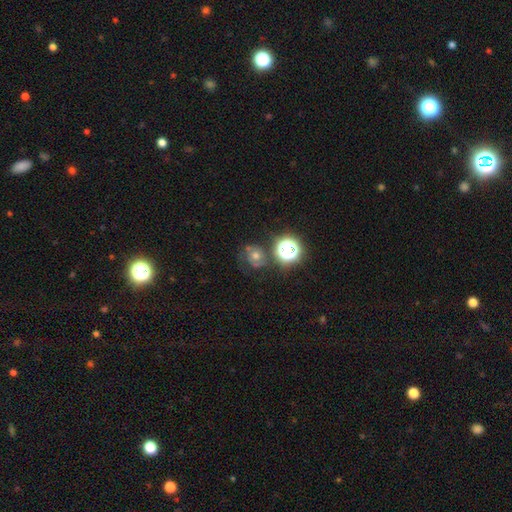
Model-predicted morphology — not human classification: This is marginally a smooth galaxy (36%). Merging: likely none (61%).